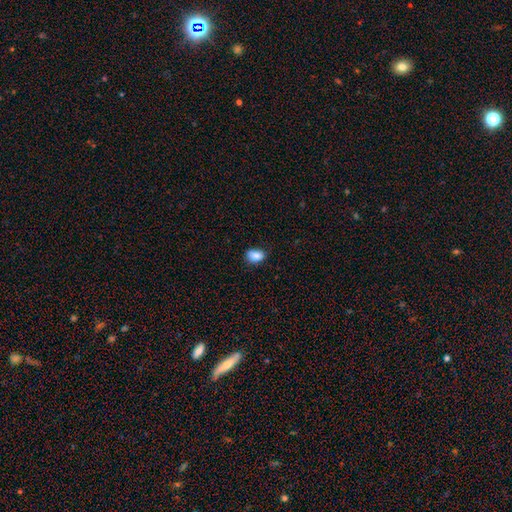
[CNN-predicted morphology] This is clearly a smooth galaxy (85%). How rounded: likely in between (75%). Merging: likely none (74%).